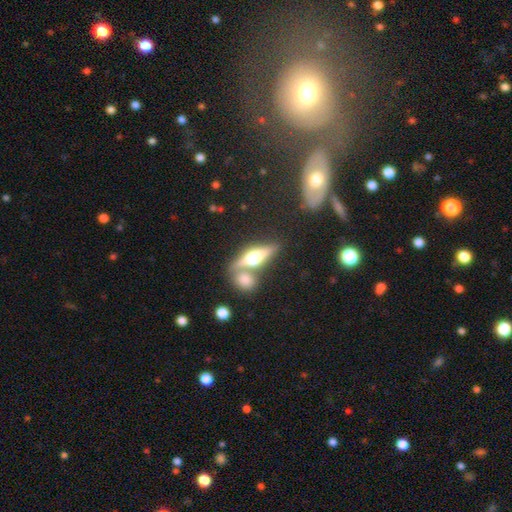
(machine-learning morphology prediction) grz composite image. It shows a featured or disk galaxy (53%) viewed edge-on (89%). Merging: none (53%).